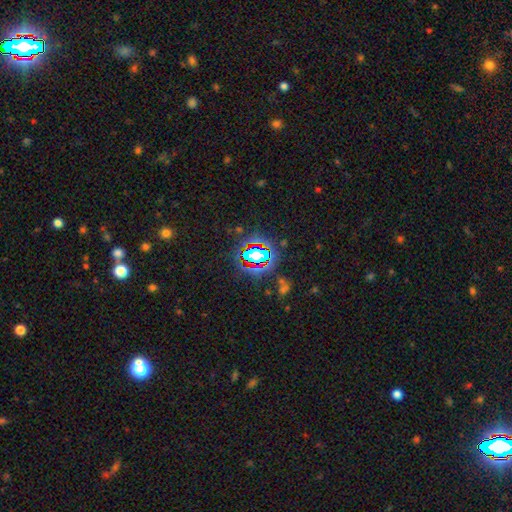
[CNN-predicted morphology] Q: Smooth or featured?
A: star or artifact (62%); runner-up: smooth (25%)